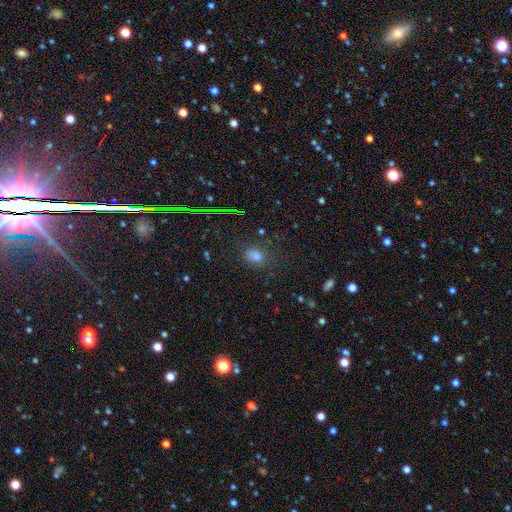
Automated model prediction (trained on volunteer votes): This is likely a smooth galaxy (70%). How rounded: possibly in between (60%). Merging: likely none (77%).